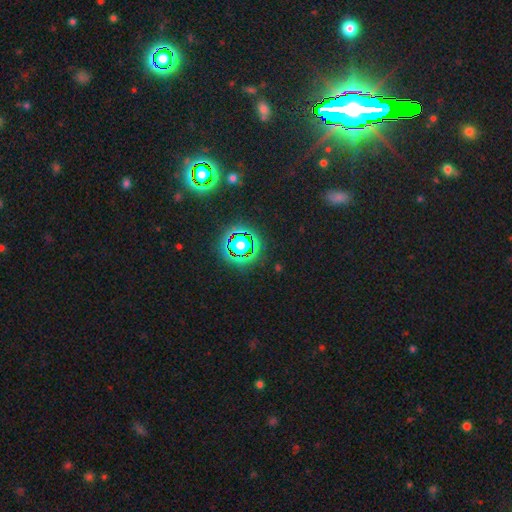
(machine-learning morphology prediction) smooth_or_featured: star or artifact (p=0.82) [alt: smooth p=0.11]